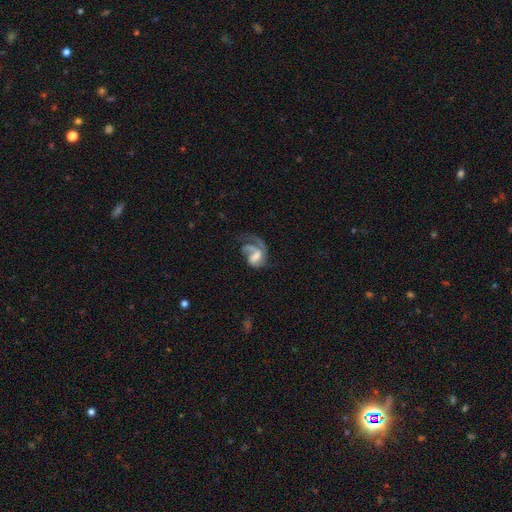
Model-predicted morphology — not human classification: featured or disk 70%, smooth 22%, star or artifact 8%. Down the decision tree: edge-on disk — no (97%); bar — weak (41%); spiral arms — yes (83%); spiral arm count — 1 (68%); spiral winding — loose (42%); bulge size — moderate (30%); merging — major disturbance (51%).